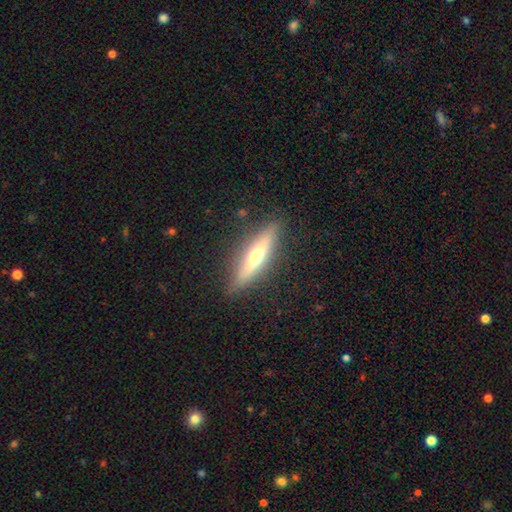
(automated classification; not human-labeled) Smooth or featured? Predicted: featured or disk (p=0.56). Edge-on disk? Predicted: yes (p=0.91). Edge-on bulge? Predicted: rounded (p=0.85). Merging? Predicted: none (p=0.88).